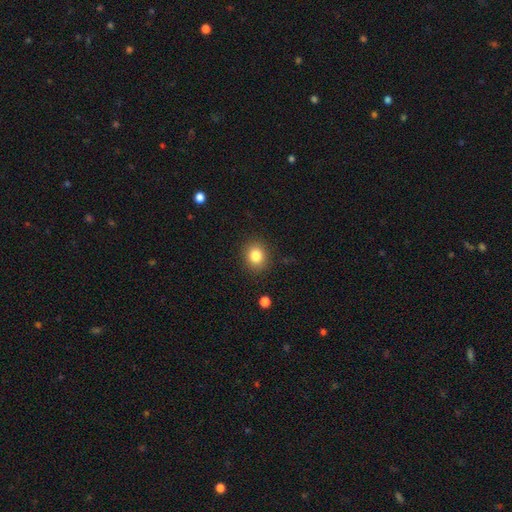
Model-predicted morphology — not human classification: Smooth or featured? Predicted: smooth (p=0.83). How rounded? Predicted: round (p=0.74). Merging? Predicted: none (p=0.89).